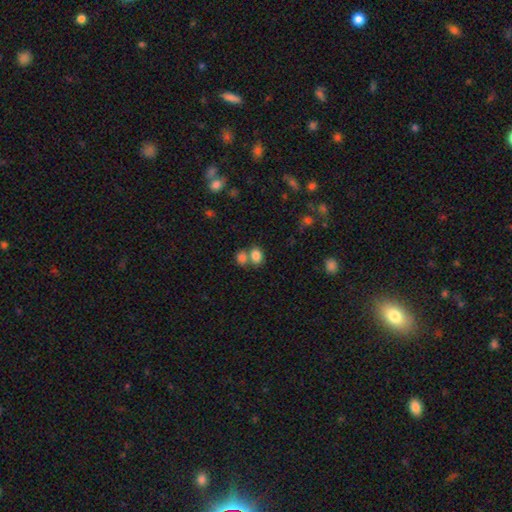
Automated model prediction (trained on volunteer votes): Smooth or featured? Predicted: smooth (p=0.82). How rounded? Predicted: in between (p=0.60). Merging? Predicted: merger (p=0.44).